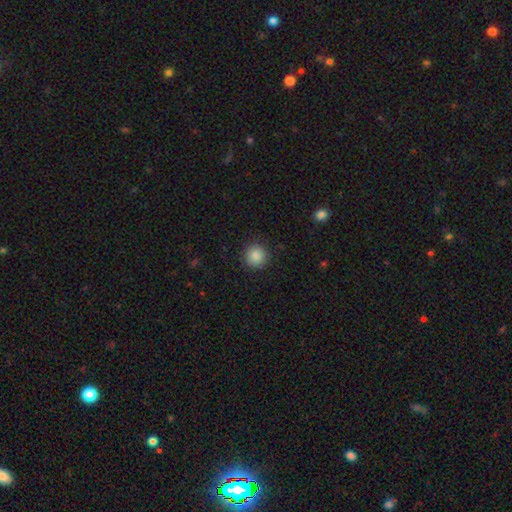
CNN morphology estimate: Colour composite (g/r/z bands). It shows a smooth galaxy with no disk features (87%) that is round (93%). Merging: none (90%).